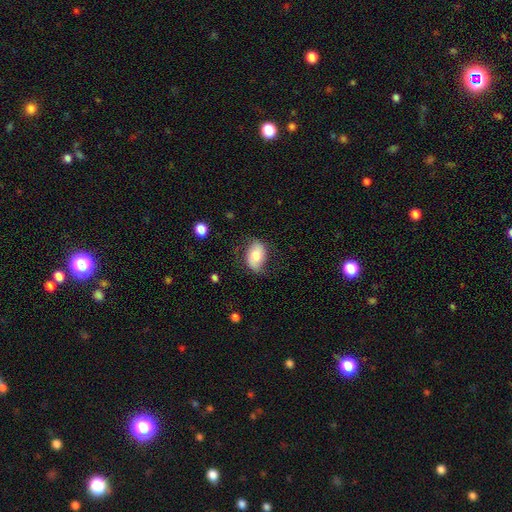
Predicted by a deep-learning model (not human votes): smooth 65%, featured or disk 27%, star or artifact 7%. Down the decision tree: how rounded — in between (86%); merging — none (62%).